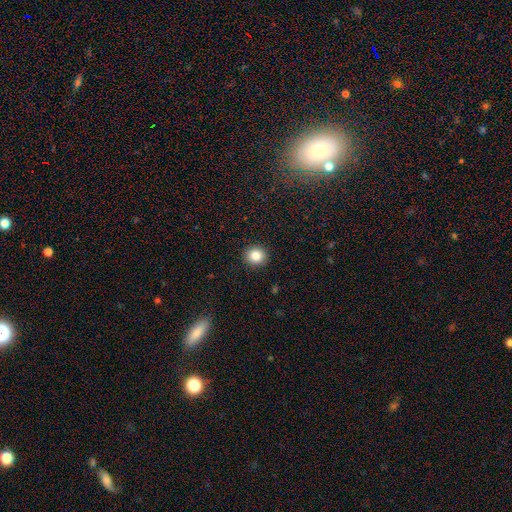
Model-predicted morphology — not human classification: Smooth or featured: smooth — 85% (star or artifact — 10%)
How rounded: round — 86% (in between — 13%)
Merging: none — 92% (minor disturbance — 5%)